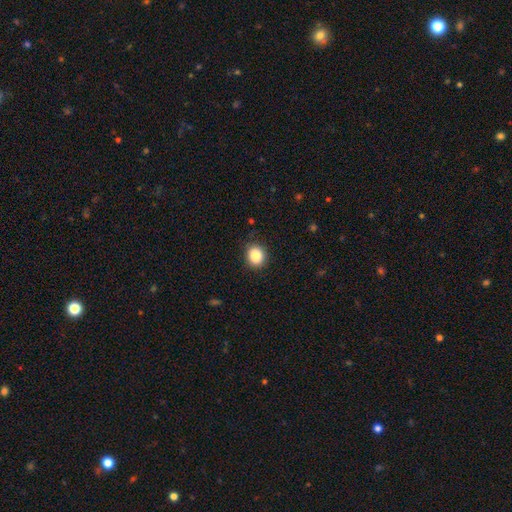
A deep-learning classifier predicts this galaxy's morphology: The model was most divided on "how rounded": round: 70%, in between: 29%, cigar-shaped: 1%. More confident: merging — none (87%); smooth or featured — smooth (87%).